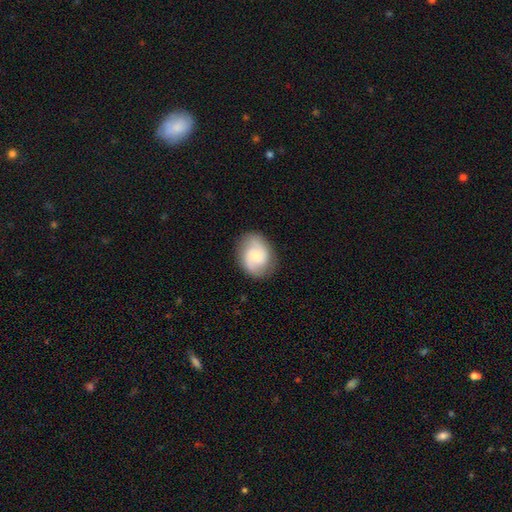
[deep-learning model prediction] A featured or disk galaxy (68%) with no bar (51%), 2 (88%) medium (50%) spiral arms (95%) and a small central bulge (50%). Merging: none (83%).